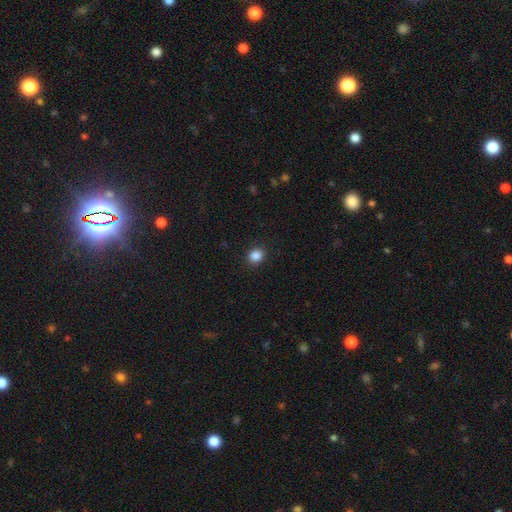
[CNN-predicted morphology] Smooth or featured?
  - smooth: 86% *
  - star or artifact: 11%
  - featured or disk: 4%
How rounded?
  - round: 71% *
  - in between: 28%
  - cigar-shaped: 1%
Merging?
  - none: 91% *
  - minor disturbance: 6%
  - major disturbance: 2%
  - merger: 1%